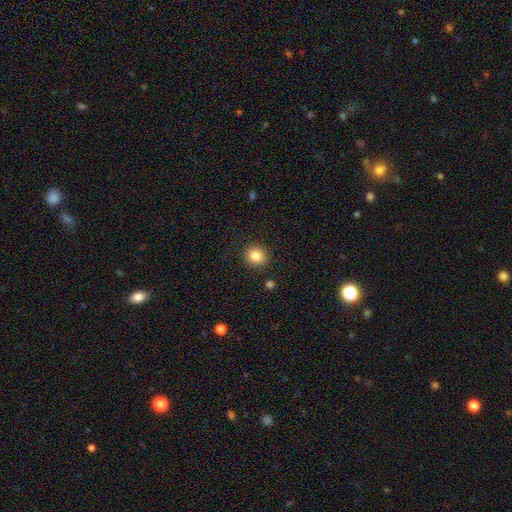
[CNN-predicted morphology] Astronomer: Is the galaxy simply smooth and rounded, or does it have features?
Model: smooth — 84%.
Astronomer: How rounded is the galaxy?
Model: round — 83%.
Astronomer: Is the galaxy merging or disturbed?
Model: none — 90%.